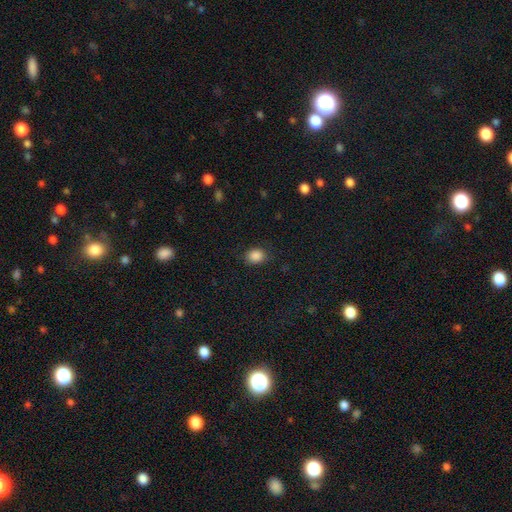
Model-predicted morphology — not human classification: Smooth or featured: smooth — 87% (star or artifact — 10%)
How rounded: round — 59% (in between — 40%)
Merging: none — 85% (minor disturbance — 11%)